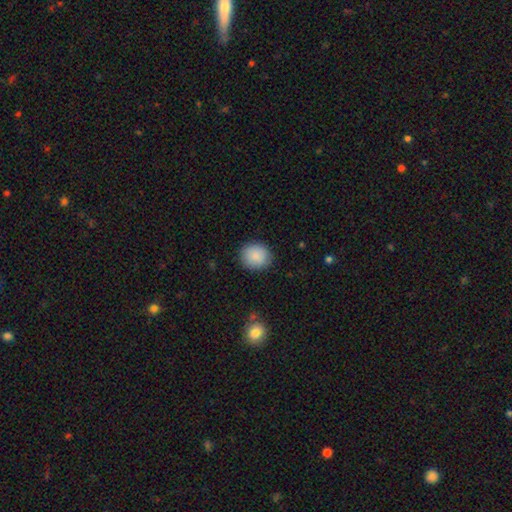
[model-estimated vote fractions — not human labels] Smooth or featured? Predicted: smooth (p=0.88). How rounded? Predicted: round (p=0.79). Merging? Predicted: none (p=0.89).